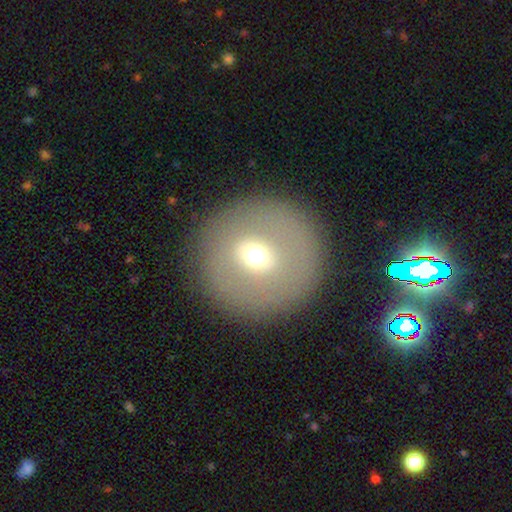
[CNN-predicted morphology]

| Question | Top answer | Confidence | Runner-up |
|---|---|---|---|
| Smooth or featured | smooth | 51% | featured or disk (37%) |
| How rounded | round | 87% | in between (12%) |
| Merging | none | 85% | minor disturbance (8%) |